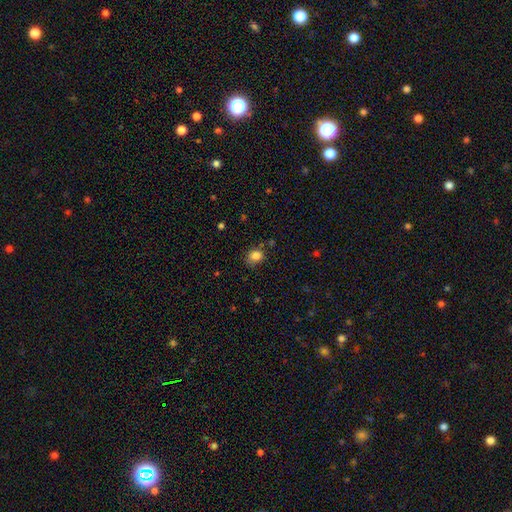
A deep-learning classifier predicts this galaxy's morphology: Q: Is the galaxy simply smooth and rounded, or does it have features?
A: smooth — 83%.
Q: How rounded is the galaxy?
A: round — 58%.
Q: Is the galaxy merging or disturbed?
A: none — 69%.